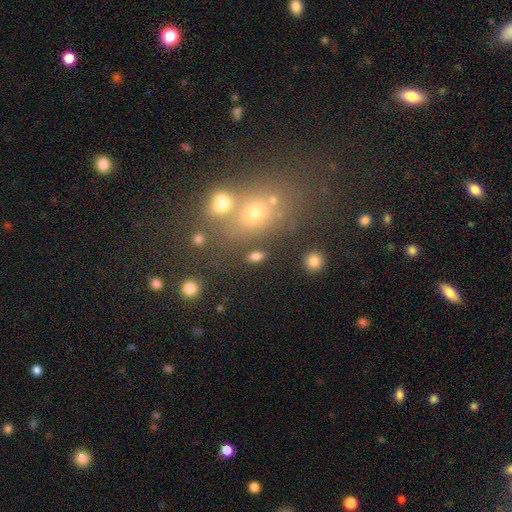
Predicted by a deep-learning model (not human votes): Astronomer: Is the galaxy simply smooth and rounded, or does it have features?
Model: smooth — 61%.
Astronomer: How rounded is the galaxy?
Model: in between — 56% (runner-up: round, 40%).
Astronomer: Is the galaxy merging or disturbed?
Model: none — 62%.